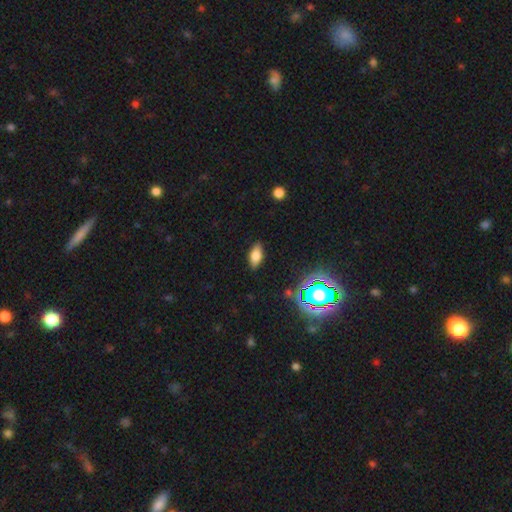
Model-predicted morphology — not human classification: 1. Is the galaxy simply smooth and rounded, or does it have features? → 70% smooth, 18% featured or disk, 12% star or artifact.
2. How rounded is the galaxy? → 85% in between, 11% cigar-shaped, 5% round.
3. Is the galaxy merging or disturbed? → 85% none, 11% minor disturbance, 3% major disturbance, 1% merger.